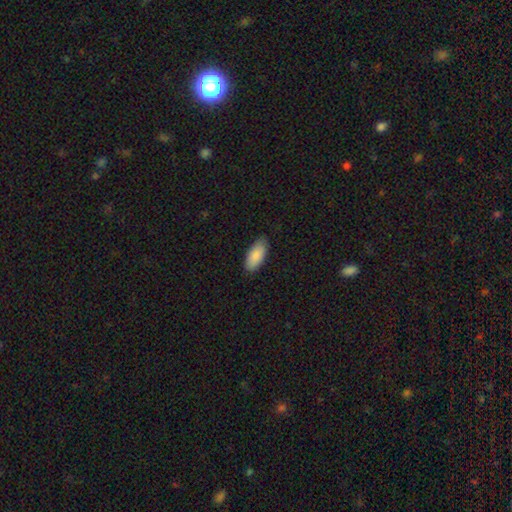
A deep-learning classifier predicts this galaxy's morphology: A smooth galaxy with no disk features (88%) that is in between round and cigar-shaped (90%).

Vote fractions:
- Smooth or featured? smooth: 88% / featured or disk: 7% / star or artifact: 5%
- How rounded? in between: 90% / cigar-shaped: 8% / round: 2%
- Merging? none: 83% / minor disturbance: 14% / major disturbance: 2% / merger: 1%